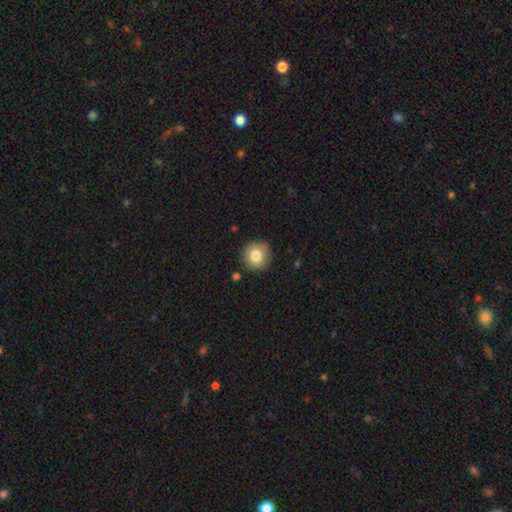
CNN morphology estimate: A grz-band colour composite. It shows a smooth galaxy with no disk features (81%) that is round (95%). Merging: none (89%).